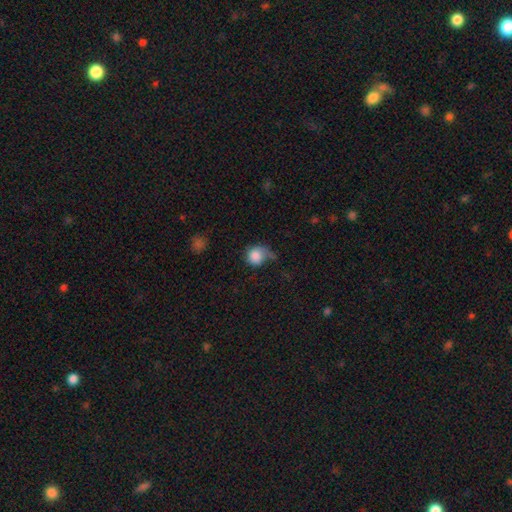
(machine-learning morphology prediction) smooth 83%, featured or disk 9%, star or artifact 8%. Down the decision tree: how rounded — round (80%); merging — none (35%).